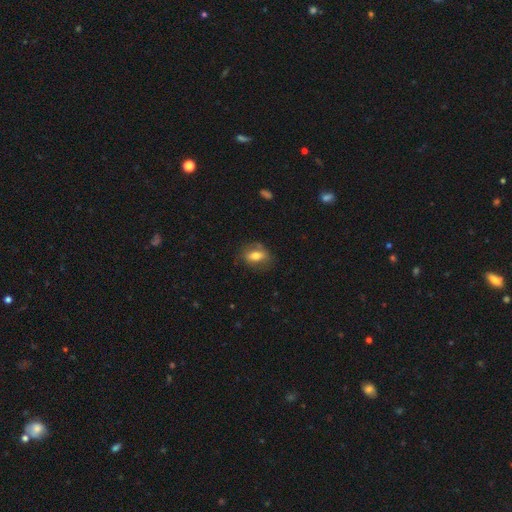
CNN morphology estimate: The model was most divided on "smooth or featured": smooth: 65%, featured or disk: 27%, star or artifact: 8%. More confident: how rounded — in between (76%); merging — none (70%).